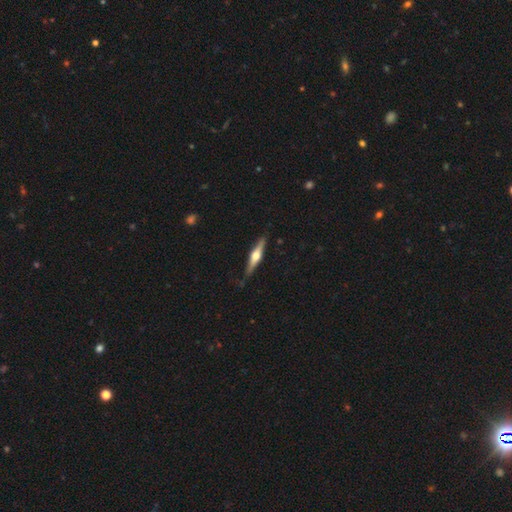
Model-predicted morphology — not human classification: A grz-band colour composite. It shows a featured or disk galaxy (67%) viewed edge-on (97%) with a rounded central bulge (93%). Merging: none (85%).